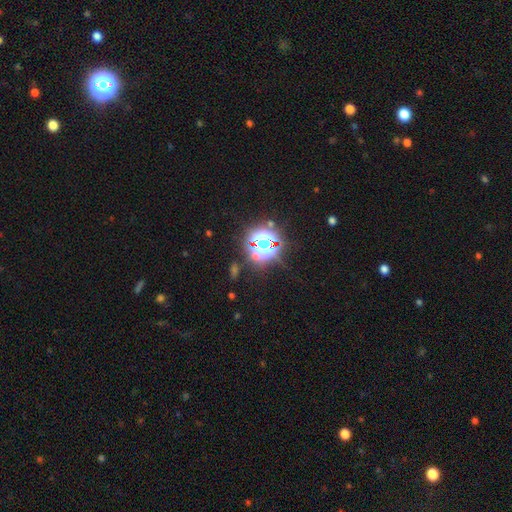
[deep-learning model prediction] smooth_or_featured: star or artifact (p=0.71) [alt: smooth p=0.18]